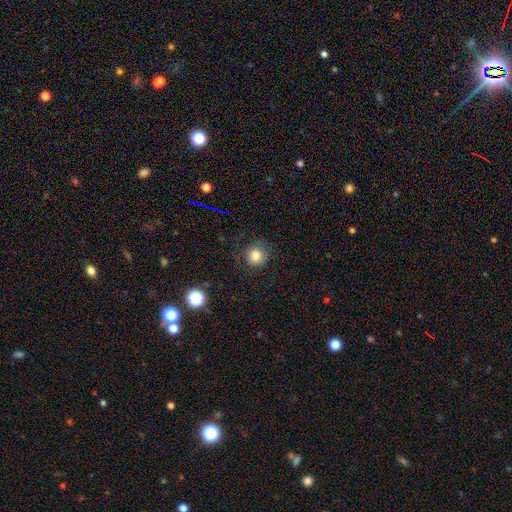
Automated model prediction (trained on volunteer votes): Morphology: type=smooth (81%); roundness=round (88%); merging=none (75%).